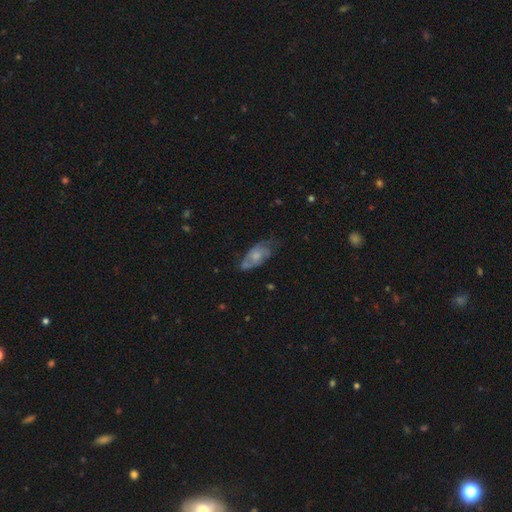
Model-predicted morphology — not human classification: Overall: featured or disk (56%; smooth 36%). Edge-on disk: no (91%). Bar: no (77%). Spiral arms: yes (75%). Bulge size: moderate (44%; small 41%). Merging: none (49%; minor disturbance 31%).